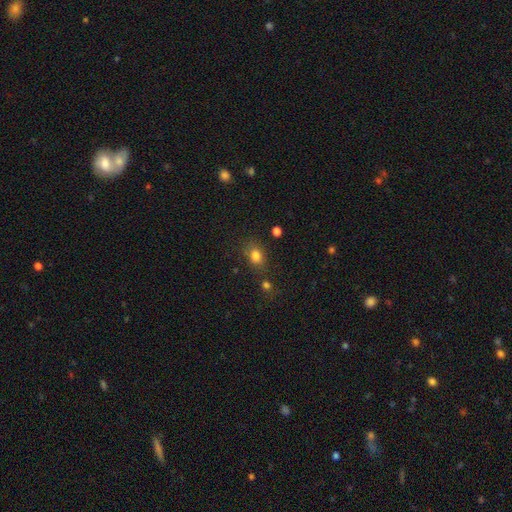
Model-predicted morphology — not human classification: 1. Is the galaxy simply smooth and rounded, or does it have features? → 80% smooth, 13% star or artifact, 7% featured or disk.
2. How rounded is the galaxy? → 62% in between, 36% round, 2% cigar-shaped.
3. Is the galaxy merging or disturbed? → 68% none, 16% minor disturbance, 10% merger, 6% major disturbance.